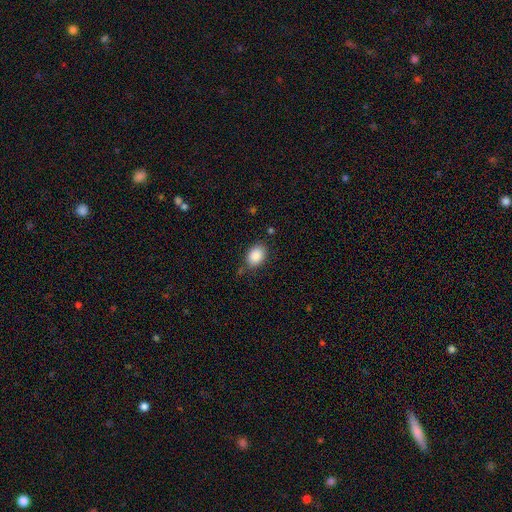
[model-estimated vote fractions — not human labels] Smooth or featured? Predicted: smooth (p=0.88). How rounded? Predicted: in between (p=0.74). Merging? Predicted: none (p=0.78).